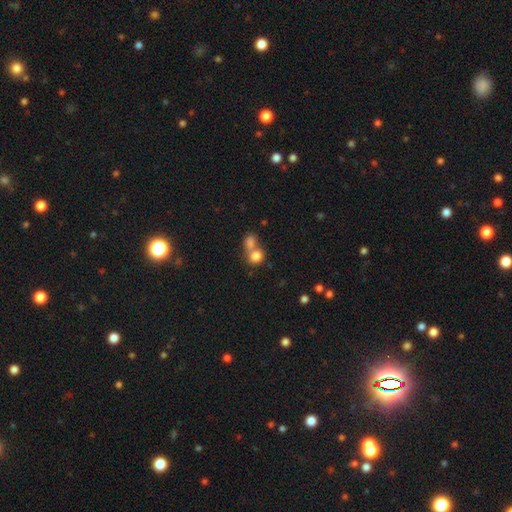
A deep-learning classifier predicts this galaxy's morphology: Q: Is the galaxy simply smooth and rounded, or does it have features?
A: smooth — 80%.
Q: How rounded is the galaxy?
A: round — 63%.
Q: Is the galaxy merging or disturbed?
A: merger — 63%.